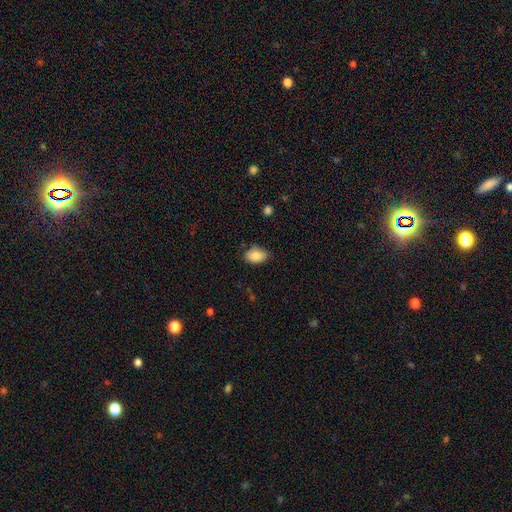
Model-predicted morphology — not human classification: smooth 87%, star or artifact 8%, featured or disk 5%. Down the decision tree: how rounded — in between (88%); merging — none (76%).